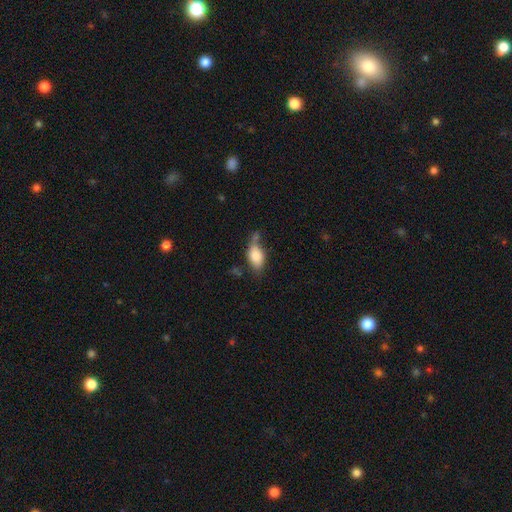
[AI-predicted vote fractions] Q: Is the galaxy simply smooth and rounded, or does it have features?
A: smooth — 76%.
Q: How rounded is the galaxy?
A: in between — 88%.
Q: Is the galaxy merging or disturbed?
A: none — 43%.